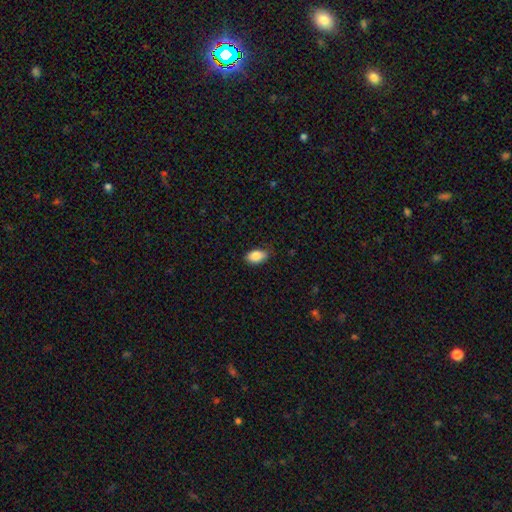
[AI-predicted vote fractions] The model was most divided on "merging": none: 81%, minor disturbance: 15%, major disturbance: 3%, merger: 1%. More confident: how rounded — in between (92%); smooth or featured — smooth (87%).